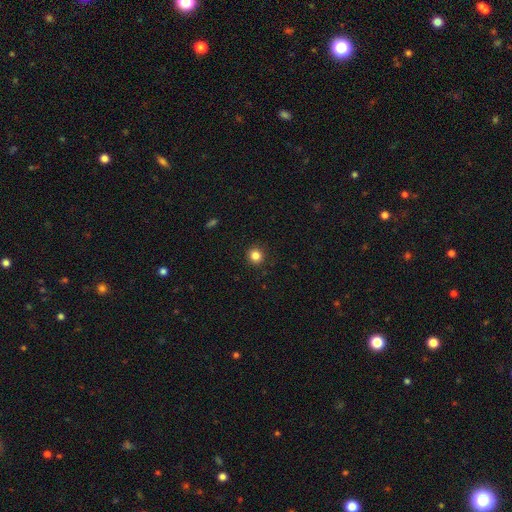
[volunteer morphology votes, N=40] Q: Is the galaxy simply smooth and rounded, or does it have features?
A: smooth — 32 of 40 (80%).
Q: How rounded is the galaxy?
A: round — 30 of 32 (94%).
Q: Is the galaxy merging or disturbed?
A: none — 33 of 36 (92%).